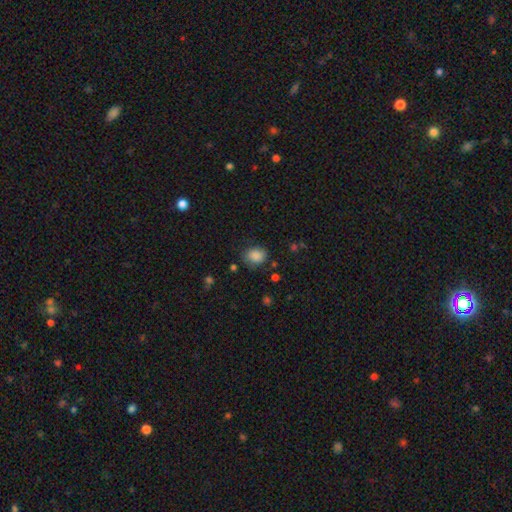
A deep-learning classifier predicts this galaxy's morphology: type=smooth (86%); roundness=round (58%); merging=none (74%).